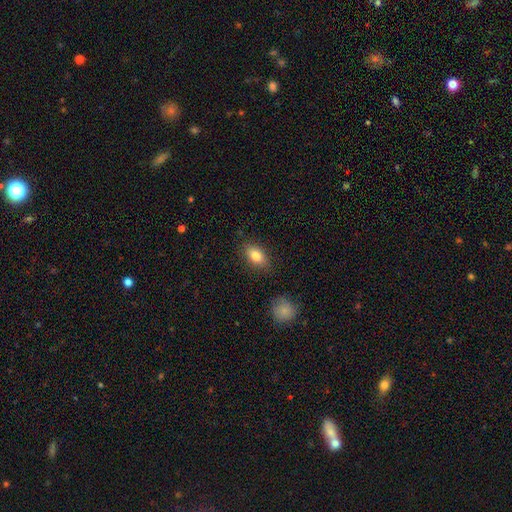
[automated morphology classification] Q: Smooth or featured?
A: smooth (82%); runner-up: featured or disk (10%)
Q: How rounded?
A: in between (86%); runner-up: round (11%)
Q: Merging?
A: none (84%); runner-up: minor disturbance (12%)